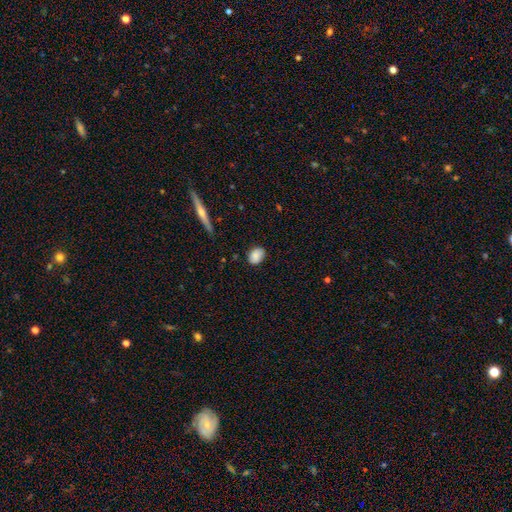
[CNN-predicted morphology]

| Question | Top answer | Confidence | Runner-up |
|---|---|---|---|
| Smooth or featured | smooth | 83% | featured or disk (9%) |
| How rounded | in between | 70% | round (29%) |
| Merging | none | 80% | minor disturbance (15%) |